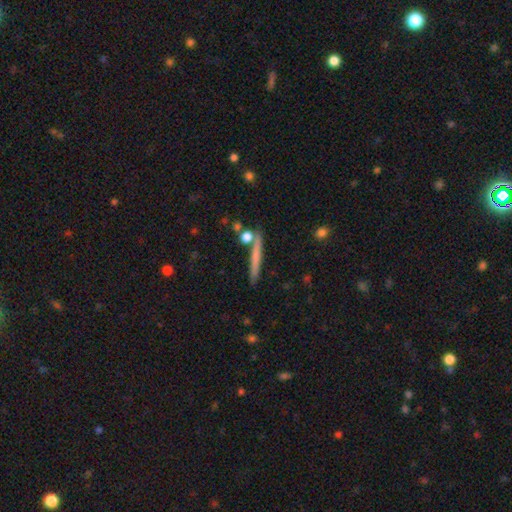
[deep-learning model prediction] Smooth or featured? Predicted: smooth (p=0.59). How rounded? Predicted: cigar-shaped (p=0.94). Merging? Predicted: none (p=0.83).